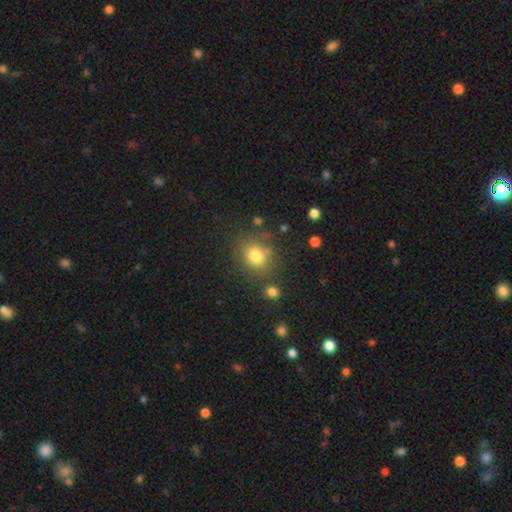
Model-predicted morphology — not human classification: This appears to be a smooth galaxy with no disk features (77%) that is round (73%). Merging: none (73%).